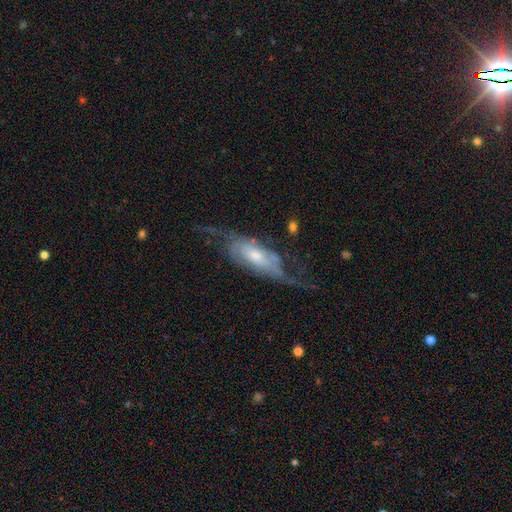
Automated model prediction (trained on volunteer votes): This is likely a featured or disk galaxy (77%). It is clearly not viewed edge-on (84%). Bar: possibly no (59%). Spiral arm pattern: clearly yes (88%). Spiral arm count: likely 2 (63%). Spiral winding: marginally loose (40%). Central bulge: possibly moderate (48%). Merging: possibly none (50%).